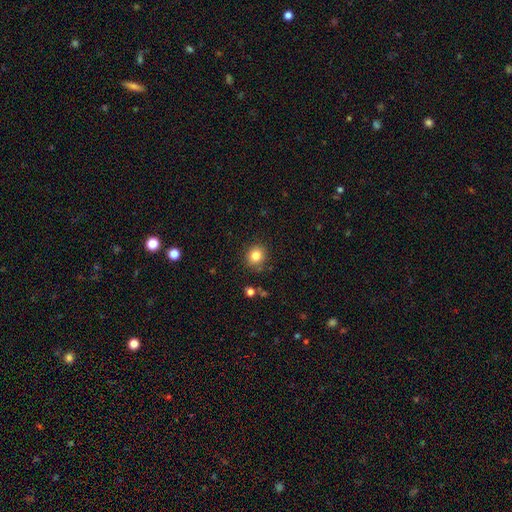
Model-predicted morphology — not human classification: smooth_or_featured: smooth (p=0.82) [alt: star or artifact p=0.11]
how_rounded: round (p=0.81) [alt: in between p=0.18]
merging: none (p=0.87) [alt: minor disturbance p=0.08]